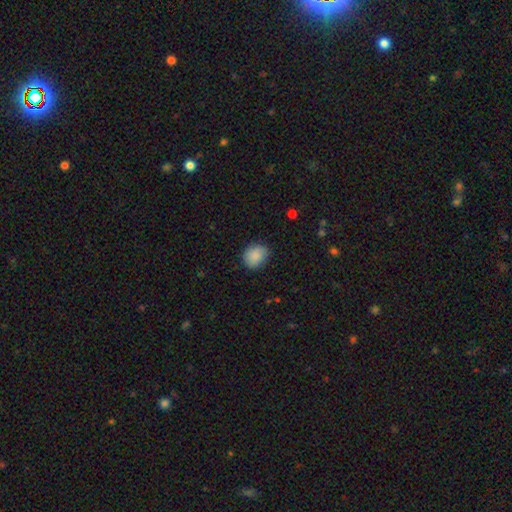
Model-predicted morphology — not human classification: Smooth or featured? smooth (87%)
How rounded? round (58%)
Merging? none (77%)